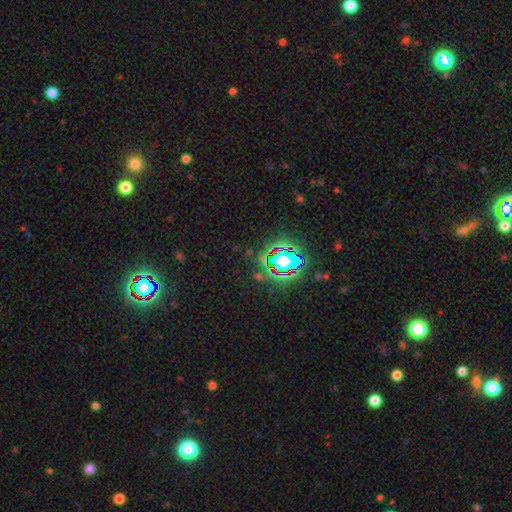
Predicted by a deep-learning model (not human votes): The model was most divided on "smooth or featured": star or artifact: 81%, smooth: 11%, featured or disk: 8%.